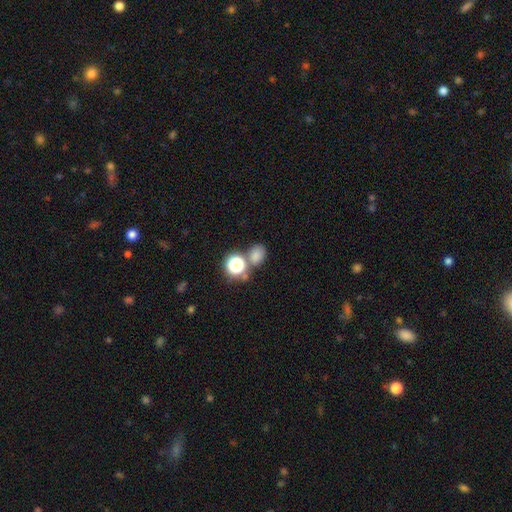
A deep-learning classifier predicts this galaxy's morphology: smooth_or_featured: smooth (p=0.73) [alt: star or artifact p=0.20]
how_rounded: round (p=0.53) [alt: in between p=0.46]
merging: none (p=0.62) [alt: merger p=0.23]